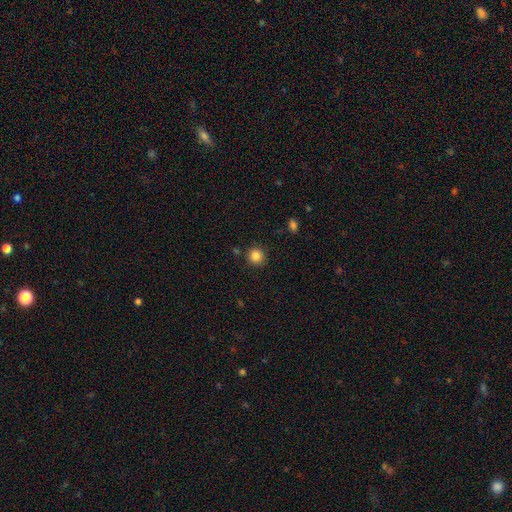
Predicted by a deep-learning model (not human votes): Overall: smooth (85%). How rounded: round (92%). Merging: none (88%).